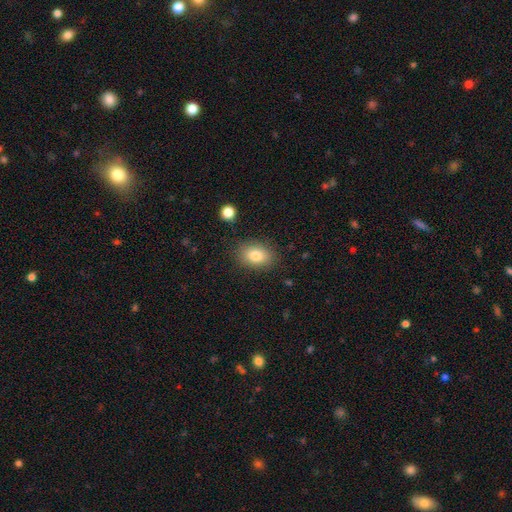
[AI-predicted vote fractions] Smooth or featured? smooth (82%)
How rounded? in between (74%)
Merging? none (85%)